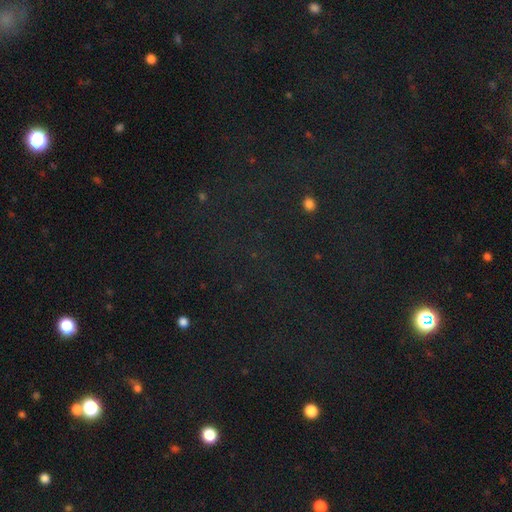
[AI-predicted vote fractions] A star or artifact, not a galaxy (75%).